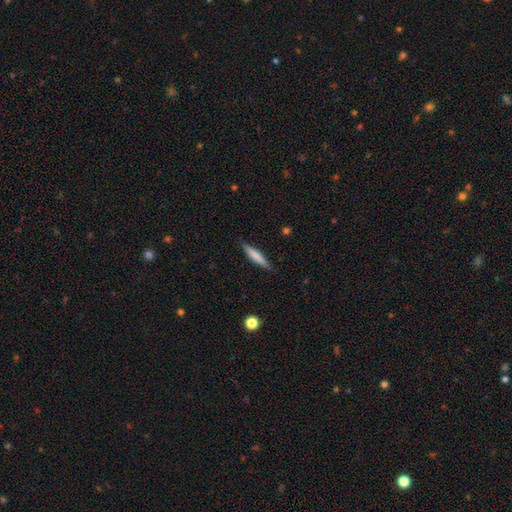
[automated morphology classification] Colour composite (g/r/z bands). It shows a smooth galaxy with no disk features (71%) that is cigar-shaped (90%). Merging: none (87%).